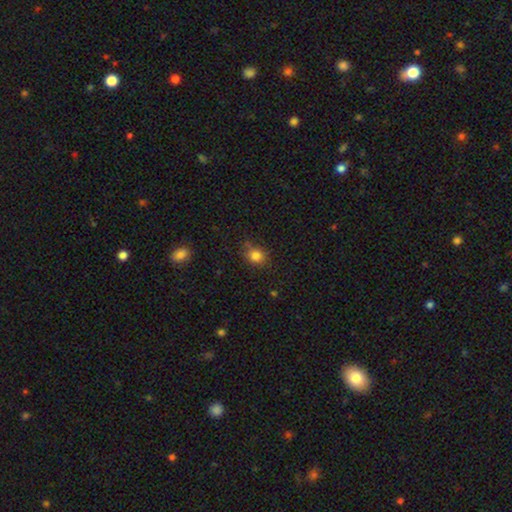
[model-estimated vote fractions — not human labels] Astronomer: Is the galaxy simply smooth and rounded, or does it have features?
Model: smooth — 81%.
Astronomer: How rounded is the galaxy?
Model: round — 63%.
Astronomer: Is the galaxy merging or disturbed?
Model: none — 74%.